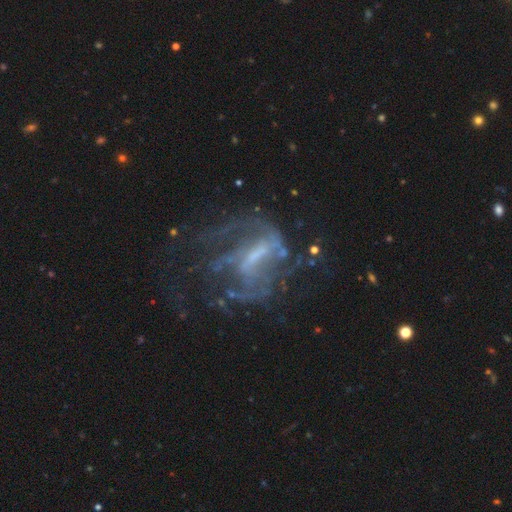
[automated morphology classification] featured or disk 79%, star or artifact 12%, smooth 9%. Down the decision tree: edge-on disk — no (95%); bar — weak (42%); spiral arms — yes (72%); spiral arm count — can't tell (41%); spiral winding — medium (40%); bulge size — small (42%); merging — none (42%).